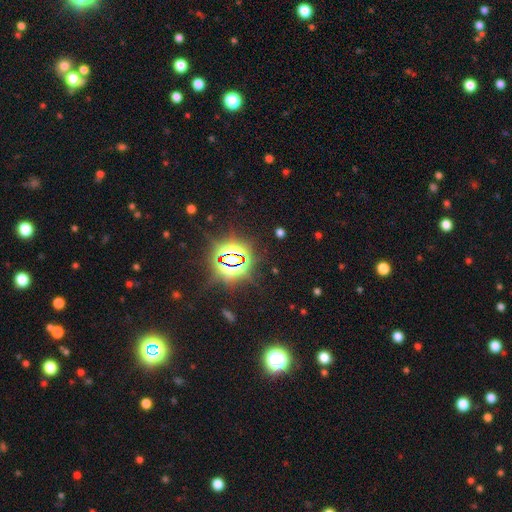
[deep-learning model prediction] This is likely a star or artifact rather than a galaxy (76%).